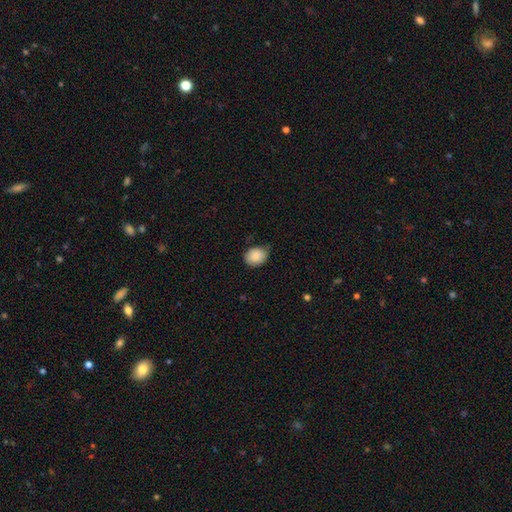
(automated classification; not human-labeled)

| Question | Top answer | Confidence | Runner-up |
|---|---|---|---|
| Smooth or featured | smooth | 87% | star or artifact (7%) |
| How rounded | in between | 54% | round (45%) |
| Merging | none | 71% | minor disturbance (24%) |